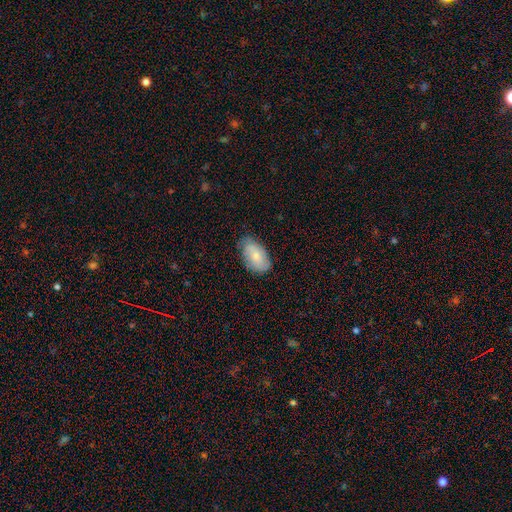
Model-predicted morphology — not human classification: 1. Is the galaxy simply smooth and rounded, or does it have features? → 70% smooth, 23% featured or disk, 6% star or artifact.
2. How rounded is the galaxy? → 93% in between, 4% round, 2% cigar-shaped.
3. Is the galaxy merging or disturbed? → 75% none, 20% minor disturbance, 4% major disturbance, 1% merger.